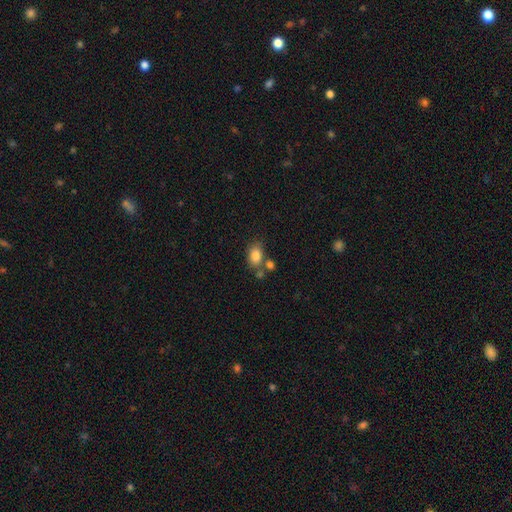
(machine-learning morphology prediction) A smooth galaxy with no disk features (82%) that is in between round and cigar-shaped (77%).

Vote fractions:
- Smooth or featured? smooth: 82% / star or artifact: 9% / featured or disk: 8%
- How rounded? in between: 77% / round: 21% / cigar-shaped: 1%
- Merging? none: 56% / merger: 24% / minor disturbance: 15% / major disturbance: 5%